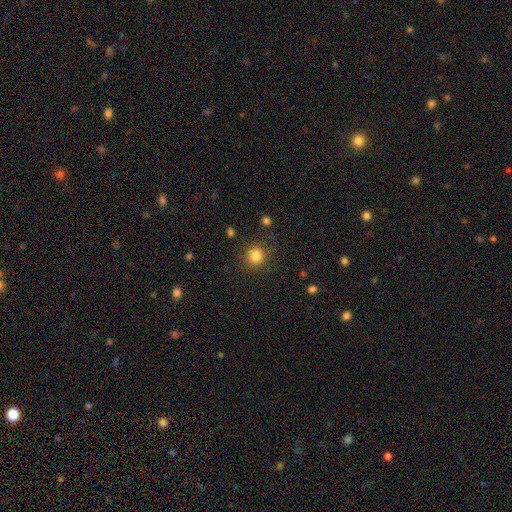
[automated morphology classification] Smooth or featured?
  - smooth: 83% *
  - star or artifact: 11%
  - featured or disk: 5%
How rounded?
  - round: 89% *
  - in between: 10%
  - cigar-shaped: 1%
Merging?
  - none: 88% *
  - minor disturbance: 7%
  - major disturbance: 3%
  - merger: 2%